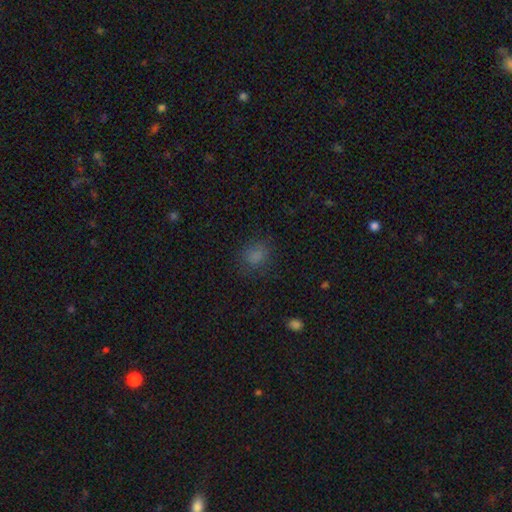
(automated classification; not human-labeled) smooth 79%, star or artifact 15%, featured or disk 5%. Down the decision tree: how rounded — round (70%); merging — none (79%).